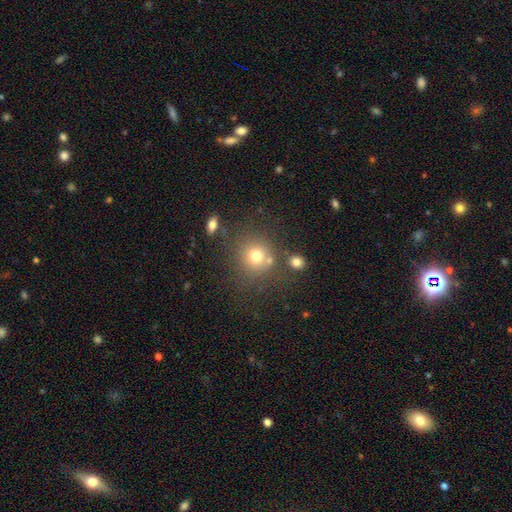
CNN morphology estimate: This appears to be a smooth galaxy with no disk features (73%) that is round (88%). Merging: none (70%).